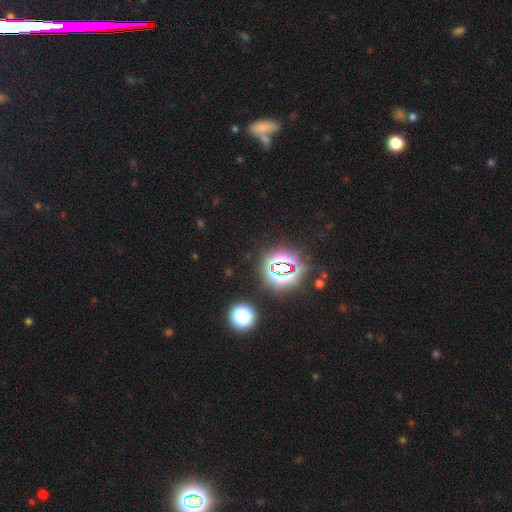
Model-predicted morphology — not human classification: Smooth or featured? star or artifact (81%)